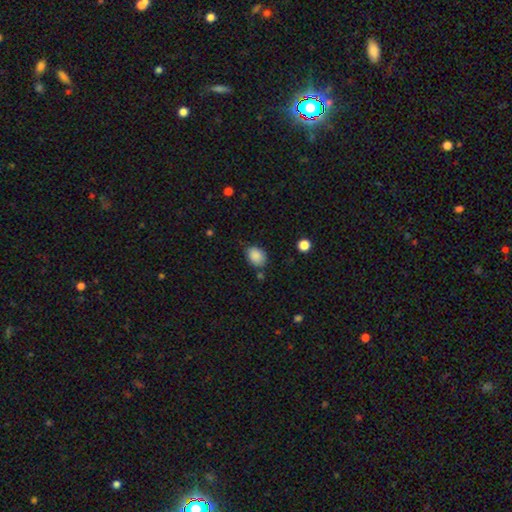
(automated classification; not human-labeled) Smooth or featured?
  - smooth: 88% *
  - star or artifact: 8%
  - featured or disk: 4%
How rounded?
  - in between: 67% *
  - round: 32%
  - cigar-shaped: 1%
Merging?
  - none: 71% *
  - minor disturbance: 20%
  - merger: 5%
  - major disturbance: 4%